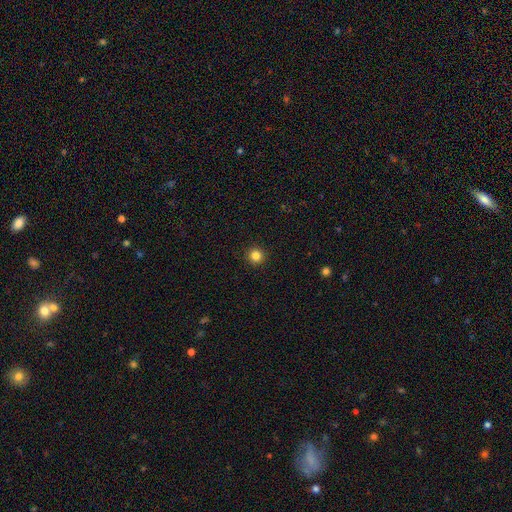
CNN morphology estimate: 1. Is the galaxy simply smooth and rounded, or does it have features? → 84% smooth, 12% star or artifact, 4% featured or disk.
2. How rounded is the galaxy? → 95% round, 4% in between, 1% cigar-shaped.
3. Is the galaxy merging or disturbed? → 93% none, 5% minor disturbance, 2% major disturbance, 1% merger.